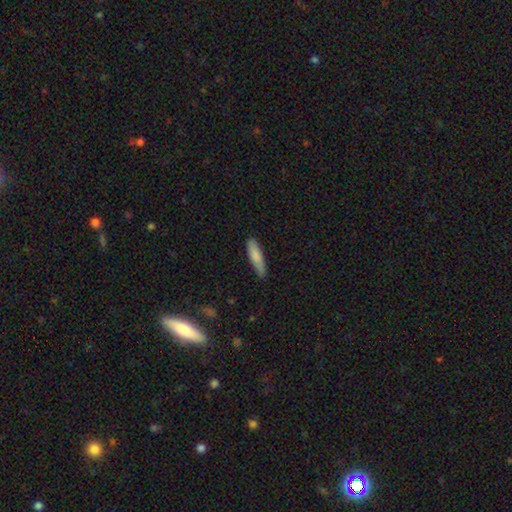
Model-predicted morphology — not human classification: smooth-or-featured: smooth: 82% | featured or disk: 12% | star or artifact: 6%
  how-rounded: cigar-shaped: 75% | in between: 24% | round: 1%
  merging: none: 84% | minor disturbance: 13% | major disturbance: 2% | merger: 1%